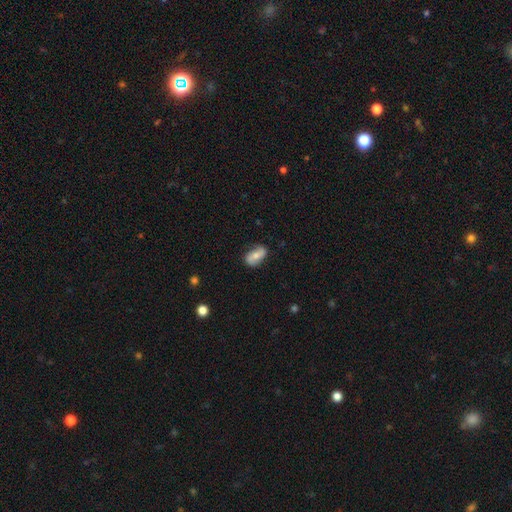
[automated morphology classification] Q: Smooth or featured?
A: smooth (49%); runner-up: featured or disk (43%)
Q: Merging?
A: none (74%); runner-up: minor disturbance (20%)